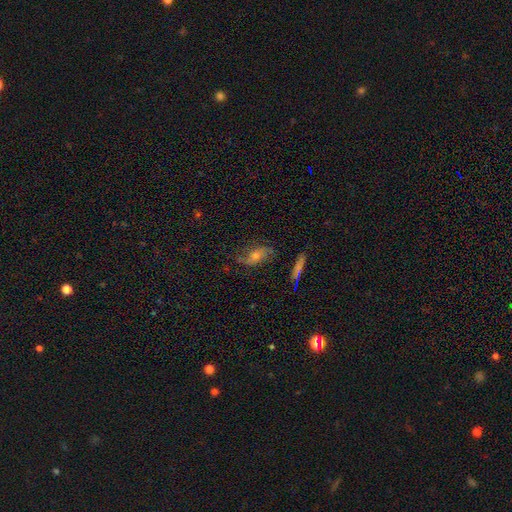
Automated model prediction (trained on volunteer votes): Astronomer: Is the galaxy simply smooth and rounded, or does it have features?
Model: featured or disk — 63%.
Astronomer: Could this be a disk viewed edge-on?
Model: no — 90%.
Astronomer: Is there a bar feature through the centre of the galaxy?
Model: no — 65%.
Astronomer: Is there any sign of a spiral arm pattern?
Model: yes — 87%.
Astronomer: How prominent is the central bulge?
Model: moderate — 52% (runner-up: small, 41%).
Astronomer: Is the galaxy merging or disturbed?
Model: none — 66%.